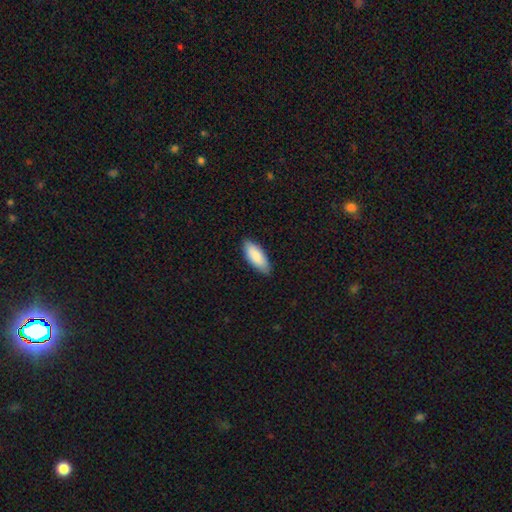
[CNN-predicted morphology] smooth-or-featured: smooth: 88% | featured or disk: 7% | star or artifact: 5%
  how-rounded: in between: 81% | cigar-shaped: 17% | round: 1%
  merging: none: 85% | minor disturbance: 12% | major disturbance: 2% | merger: 1%